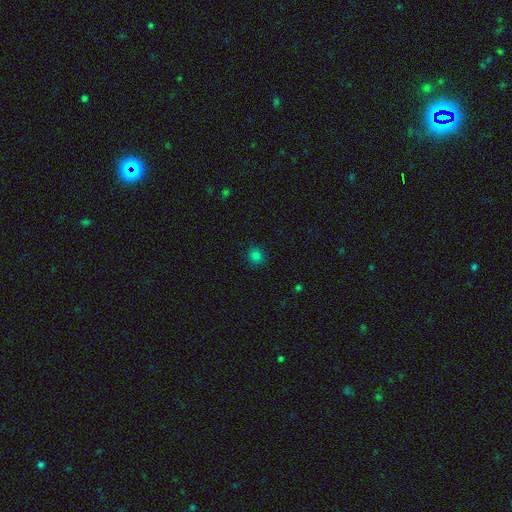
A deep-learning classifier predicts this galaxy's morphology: smooth_or_featured: smooth (p=0.80) [alt: star or artifact p=0.16]
how_rounded: round (p=0.83) [alt: in between p=0.16]
merging: none (p=0.89) [alt: minor disturbance p=0.08]